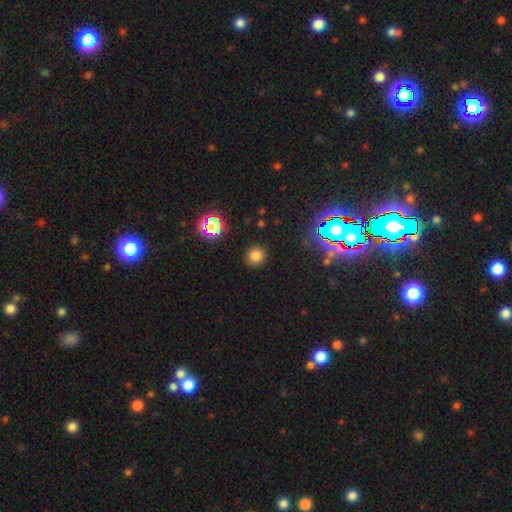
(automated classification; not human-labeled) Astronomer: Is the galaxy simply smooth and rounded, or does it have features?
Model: smooth — 77%.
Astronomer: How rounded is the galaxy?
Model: round — 89%.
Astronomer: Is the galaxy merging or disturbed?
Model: none — 89%.